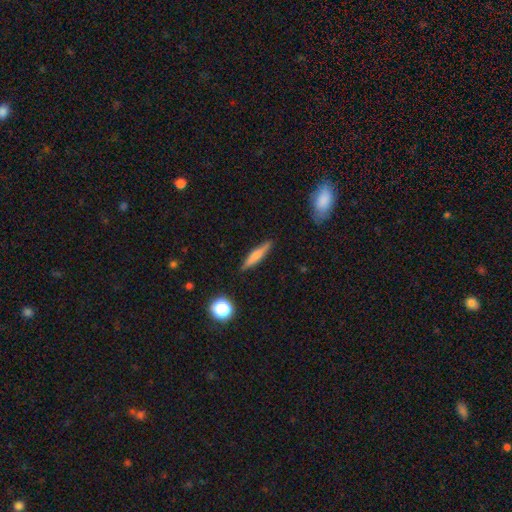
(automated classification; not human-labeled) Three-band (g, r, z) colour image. It shows a smooth galaxy with no disk features (63%) that is cigar-shaped (88%). Merging: none (88%).